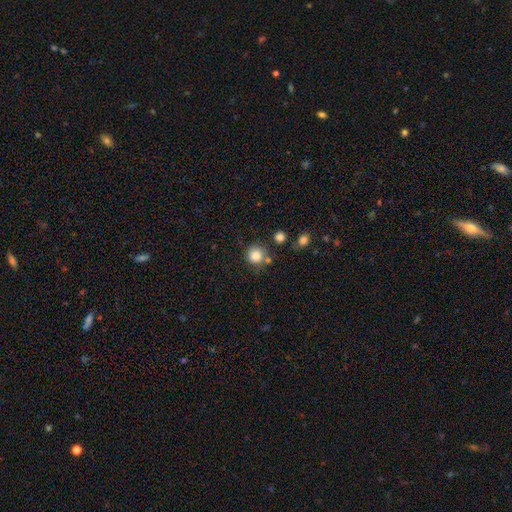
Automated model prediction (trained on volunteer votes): A smooth galaxy with no disk features (85%) that is round (90%).

Vote fractions:
- Smooth or featured? smooth: 85% / star or artifact: 10% / featured or disk: 5%
- How rounded? round: 90% / in between: 9% / cigar-shaped: 1%
- Merging? none: 71% / minor disturbance: 14% / merger: 11% / major disturbance: 5%